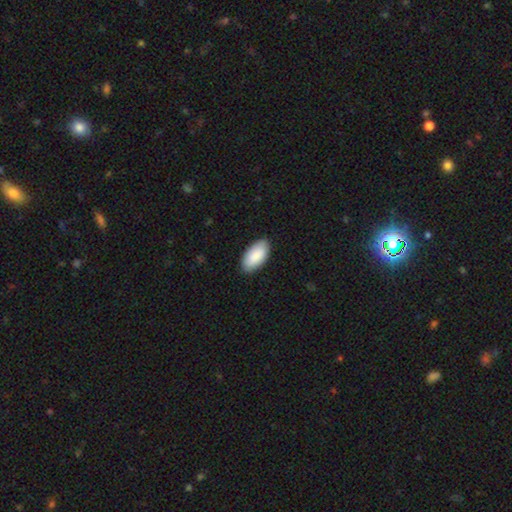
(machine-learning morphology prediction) smooth 90%, featured or disk 5%, star or artifact 5%. Down the decision tree: how rounded — in between (95%); merging — none (88%).